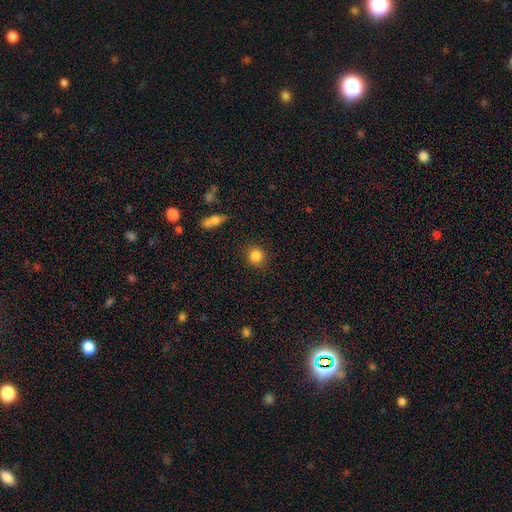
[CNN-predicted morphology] Overall: smooth (84%). How rounded: round (87%). Merging: none (88%).